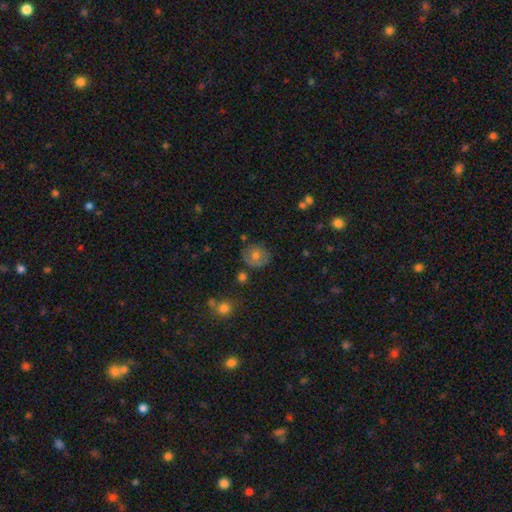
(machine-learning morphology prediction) Smooth or featured? smooth (63%)
How rounded? round (77%)
Merging? none (75%)